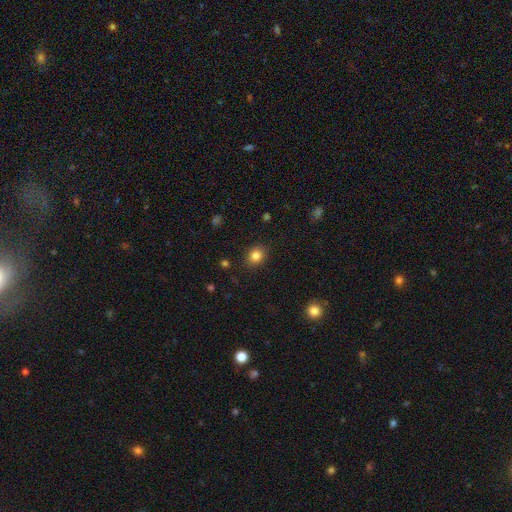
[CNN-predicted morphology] Smooth or featured: smooth — 83% (star or artifact — 11%)
How rounded: round — 66% (in between — 33%)
Merging: none — 88% (minor disturbance — 8%)